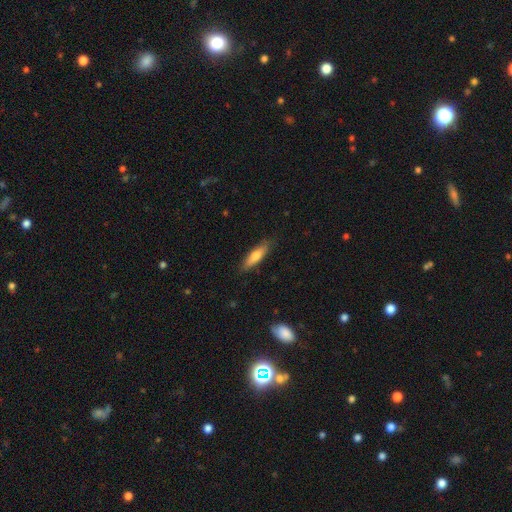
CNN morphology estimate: Smooth or featured? Predicted: smooth (p=0.68). How rounded? Predicted: cigar-shaped (p=0.67). Merging? Predicted: none (p=0.84).